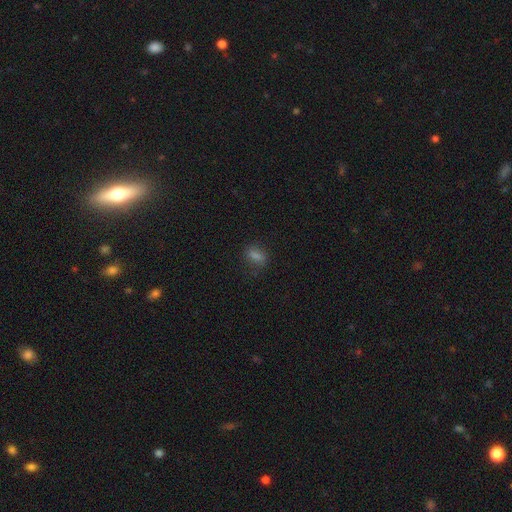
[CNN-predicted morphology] This is likely a smooth galaxy (72%). How rounded: likely in between (74%). Merging: likely none (76%).